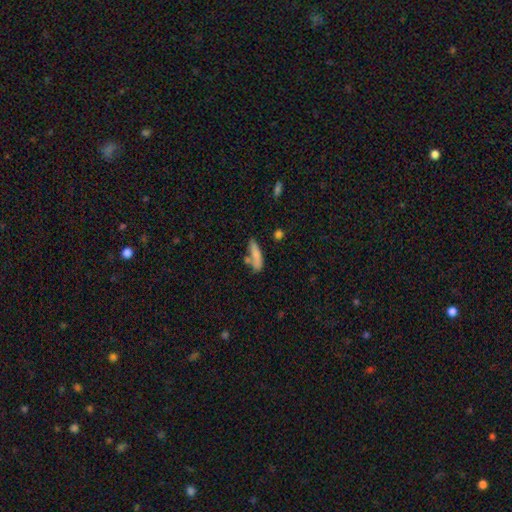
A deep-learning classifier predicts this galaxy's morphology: Smooth or featured: smooth — 77% (featured or disk — 16%)
How rounded: cigar-shaped — 61% (in between — 37%)
Merging: none — 53% (minor disturbance — 20%)